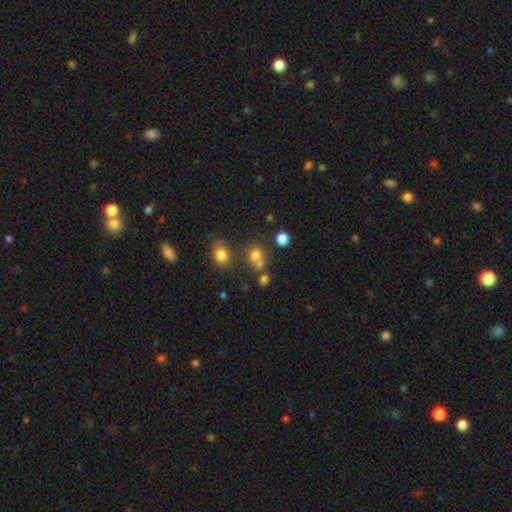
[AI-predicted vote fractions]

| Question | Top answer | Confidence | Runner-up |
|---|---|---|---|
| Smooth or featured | smooth | 71% | star or artifact (18%) |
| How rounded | round | 75% | in between (24%) |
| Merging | none | 51% | merger (33%) |